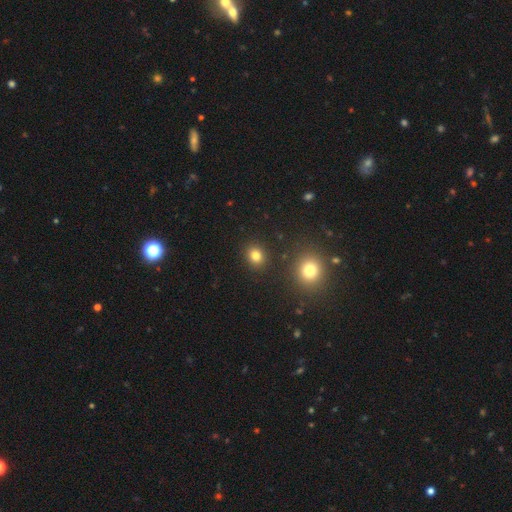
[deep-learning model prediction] A smooth galaxy with no disk features (81%) that is round (75%). Merging: none (88%).